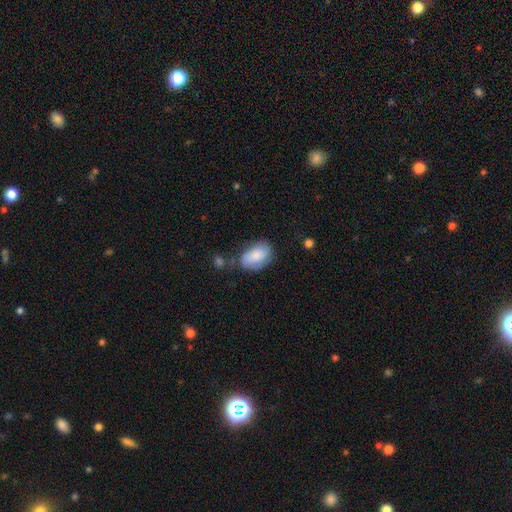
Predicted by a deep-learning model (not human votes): Smooth or featured? Predicted: smooth (p=0.76). How rounded? Predicted: in between (p=0.91). Merging? Predicted: none (p=0.57).